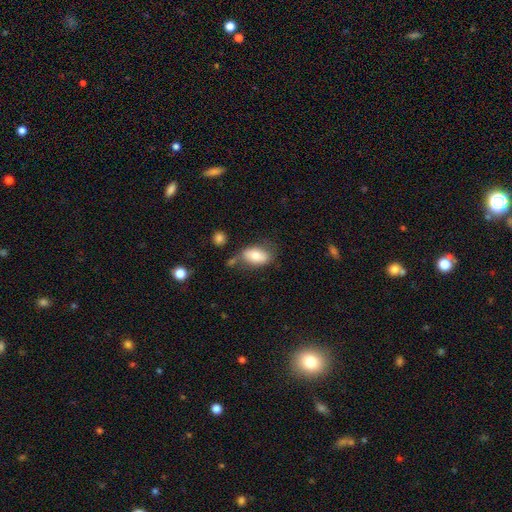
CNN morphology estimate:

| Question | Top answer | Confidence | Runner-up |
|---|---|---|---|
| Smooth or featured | smooth | 76% | featured or disk (17%) |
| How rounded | in between | 91% | round (7%) |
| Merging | none | 57% | minor disturbance (24%) |